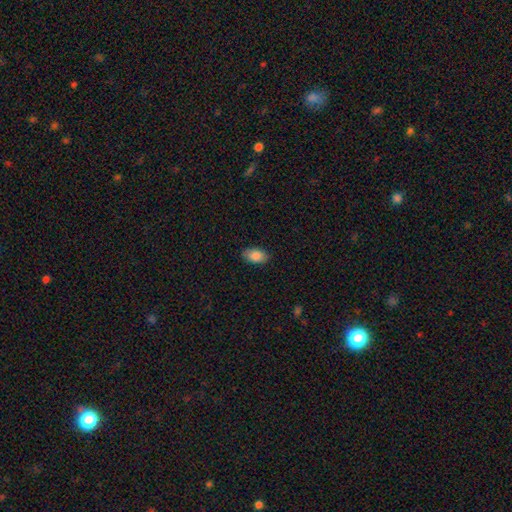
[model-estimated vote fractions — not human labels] Q: Smooth or featured?
A: smooth (87%); runner-up: star or artifact (7%)
Q: How rounded?
A: in between (93%); runner-up: round (5%)
Q: Merging?
A: none (86%); runner-up: minor disturbance (10%)